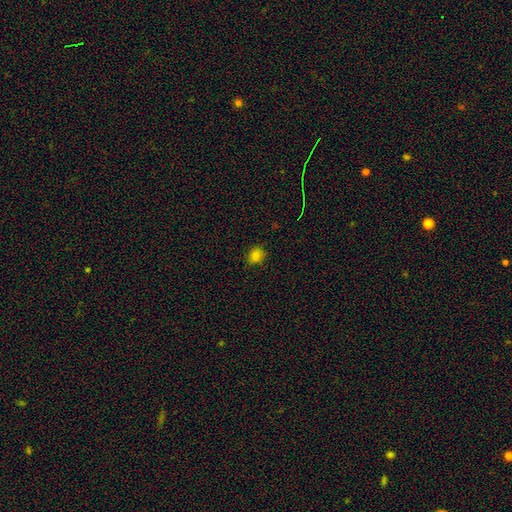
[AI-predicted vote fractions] smooth 80%, star or artifact 15%, featured or disk 6%. Down the decision tree: how rounded — round (66%); merging — none (84%).